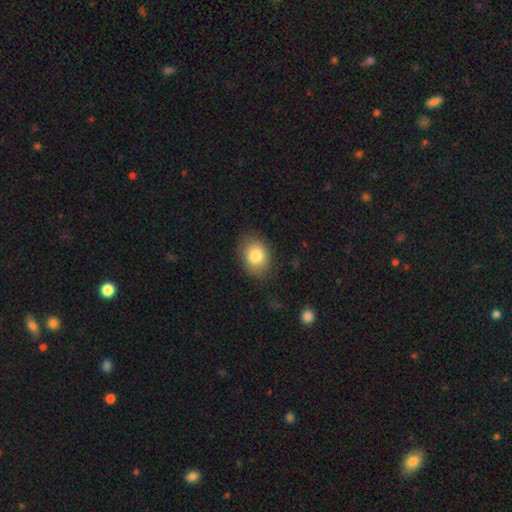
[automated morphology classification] This appears to be a smooth galaxy with no disk features (83%) that is in between round and cigar-shaped (60%). Merging: none (79%).